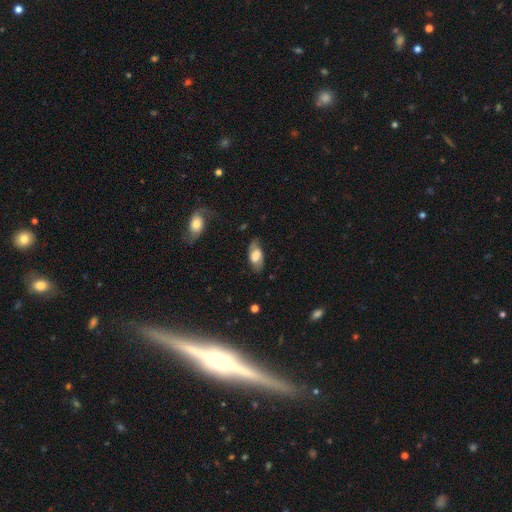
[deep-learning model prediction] Smooth or featured?
  - smooth: 53% *
  - featured or disk: 39%
  - star or artifact: 8%
How rounded?
  - in between: 90% *
  - cigar-shaped: 6%
  - round: 4%
Merging?
  - none: 71% *
  - minor disturbance: 20%
  - major disturbance: 8%
  - merger: 2%